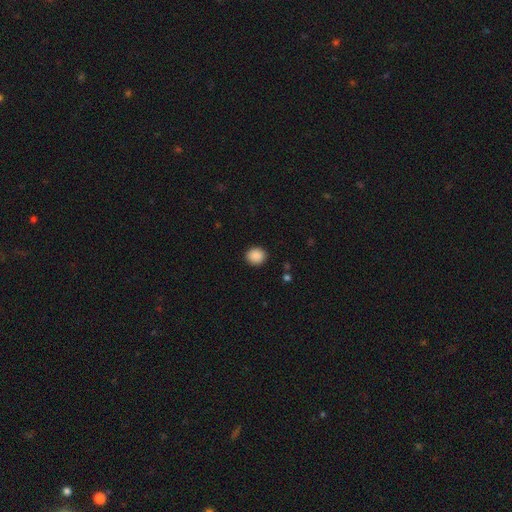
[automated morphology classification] The model was most divided on "how rounded": round: 75%, in between: 25%, cigar-shaped: 1%. More confident: merging — none (90%); smooth or featured — smooth (89%).